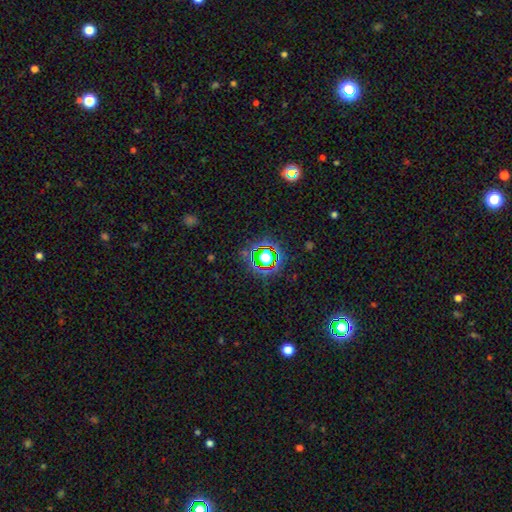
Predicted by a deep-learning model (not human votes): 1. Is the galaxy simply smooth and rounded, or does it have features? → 73% star or artifact, 18% smooth, 9% featured or disk.